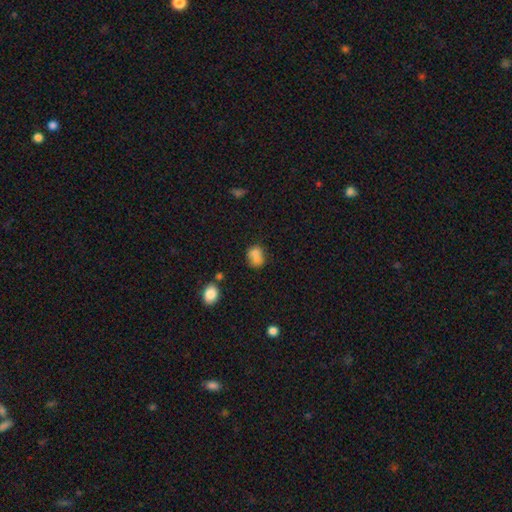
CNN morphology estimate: This appears to be a smooth galaxy with no disk features (73%) that is round (53%). Merging: merger (47%).